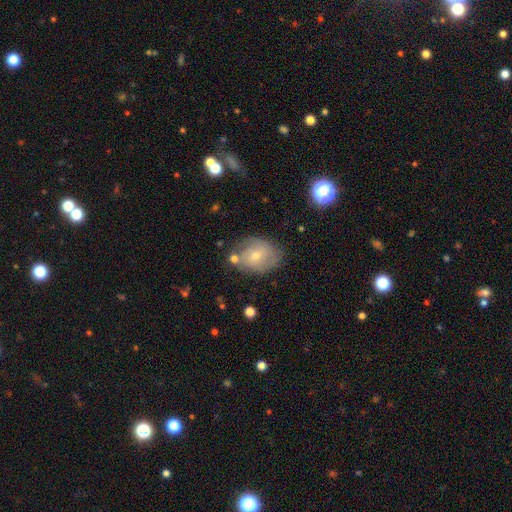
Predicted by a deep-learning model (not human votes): The model was most divided on "smooth or featured": featured or disk: 46%, smooth: 43%, star or artifact: 11%. More confident: merging — none (67%).